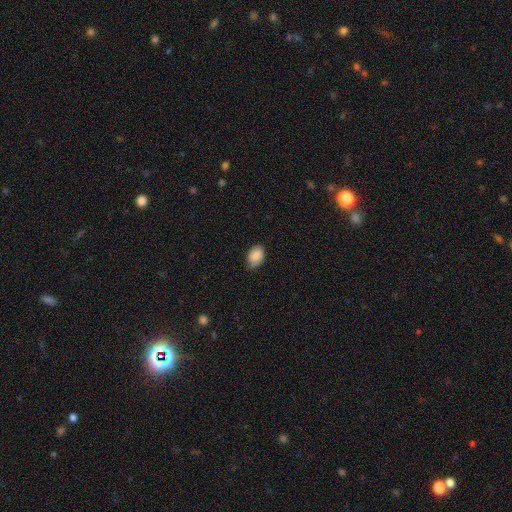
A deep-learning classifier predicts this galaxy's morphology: smooth 88%, star or artifact 7%, featured or disk 5%. Down the decision tree: how rounded — in between (81%); merging — none (71%).